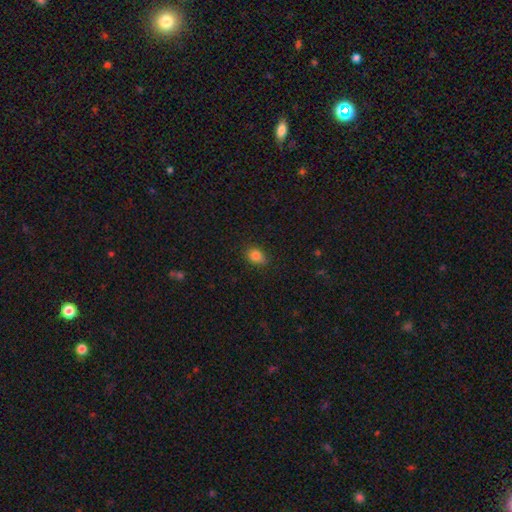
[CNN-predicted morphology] smooth 83%, star or artifact 11%, featured or disk 6%. Down the decision tree: how rounded — in between (63%); merging — none (81%).